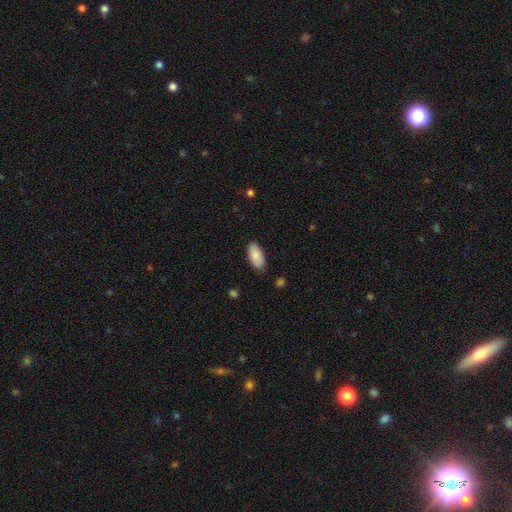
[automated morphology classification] Smooth or featured: smooth — 88% (featured or disk — 6%)
How rounded: in between — 93% (cigar-shaped — 5%)
Merging: none — 85% (minor disturbance — 12%)